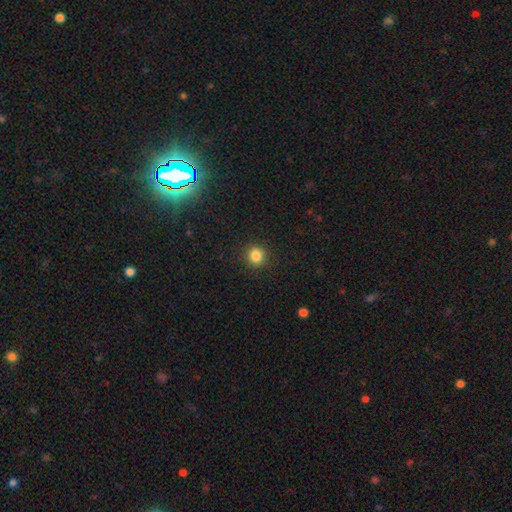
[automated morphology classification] This is clearly a smooth galaxy (84%). How rounded: clearly round (91%). Merging: clearly none (91%).